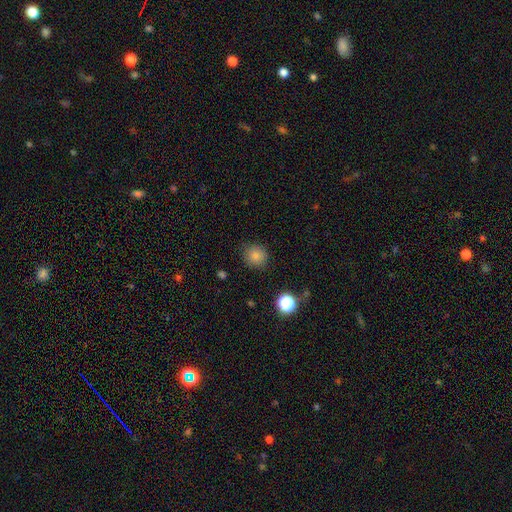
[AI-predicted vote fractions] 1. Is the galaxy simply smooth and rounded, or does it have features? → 81% smooth, 13% star or artifact, 6% featured or disk.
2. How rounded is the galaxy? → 90% round, 9% in between, 1% cigar-shaped.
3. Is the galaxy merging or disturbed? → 86% none, 10% minor disturbance, 3% major disturbance, 1% merger.